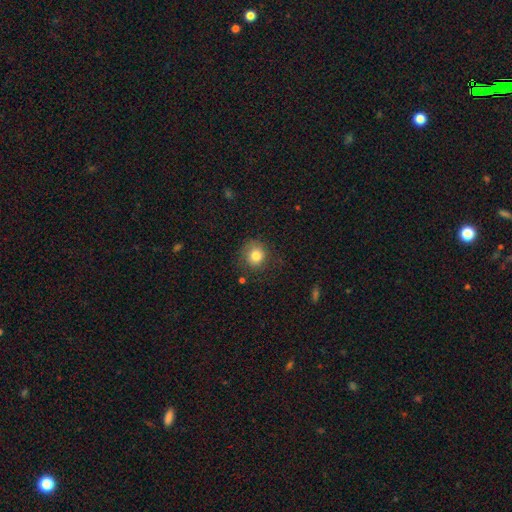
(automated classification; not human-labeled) Overall: smooth (81%). How rounded: round (84%). Merging: none (75%).